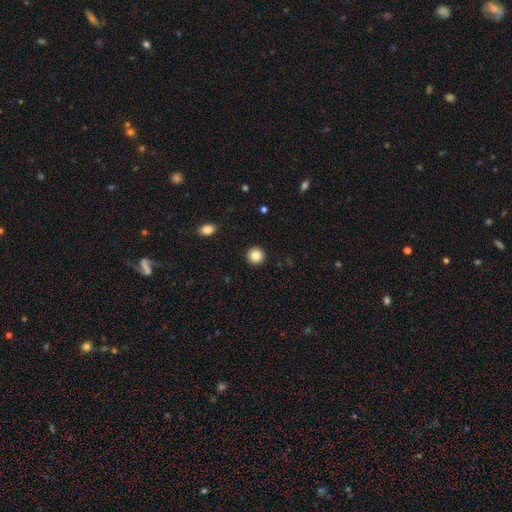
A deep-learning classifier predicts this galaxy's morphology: smooth 86%, star or artifact 9%, featured or disk 5%. Down the decision tree: how rounded — round (95%); merging — none (93%).